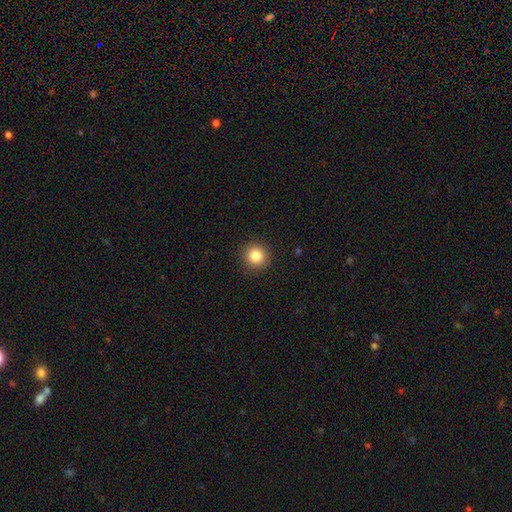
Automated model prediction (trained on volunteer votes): smooth 85%, star or artifact 10%, featured or disk 5%. Down the decision tree: how rounded — round (94%); merging — none (92%).